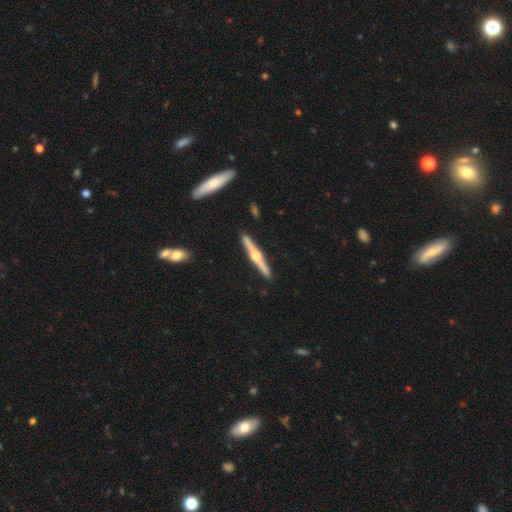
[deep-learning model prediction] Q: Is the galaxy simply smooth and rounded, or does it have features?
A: featured or disk — 79%.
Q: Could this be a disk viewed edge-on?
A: yes — 98%.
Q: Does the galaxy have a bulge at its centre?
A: rounded — 93%.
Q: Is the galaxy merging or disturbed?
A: none — 91%.